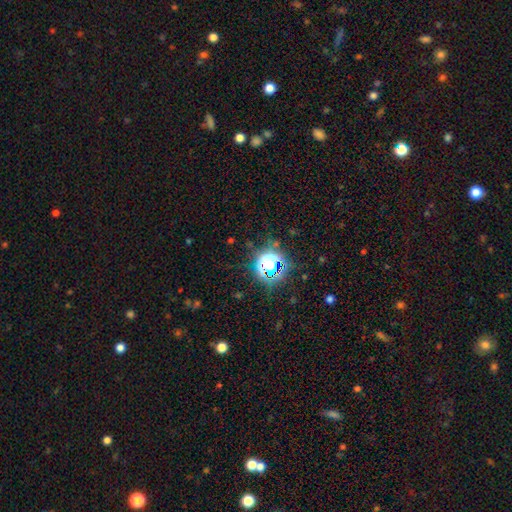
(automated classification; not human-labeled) Morphology: type=star or artifact (79%).